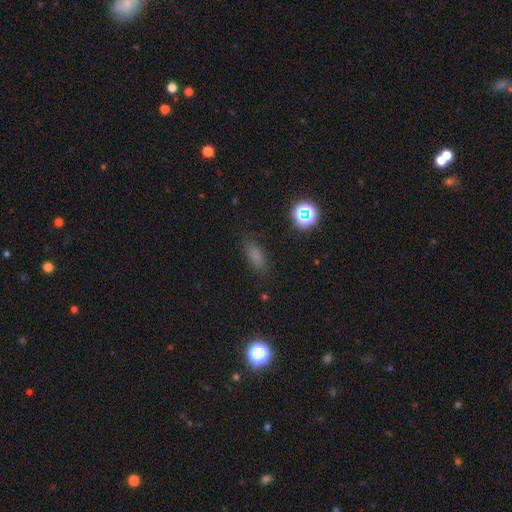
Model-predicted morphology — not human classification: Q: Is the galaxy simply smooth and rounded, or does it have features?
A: smooth — 72%.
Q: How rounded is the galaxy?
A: in between — 70%.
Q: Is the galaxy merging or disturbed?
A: none — 81%.